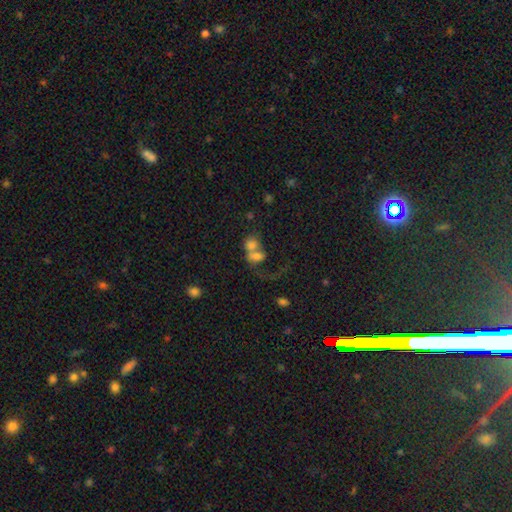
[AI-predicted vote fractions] Smooth or featured? smooth (65%)
How rounded? in between (62%)
Merging? merger (72%)